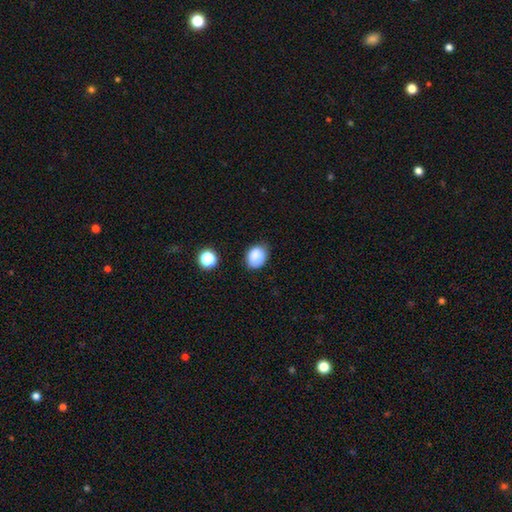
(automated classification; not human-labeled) Overall: smooth (85%). How rounded: in between (59%; round 40%). Merging: none (71%).